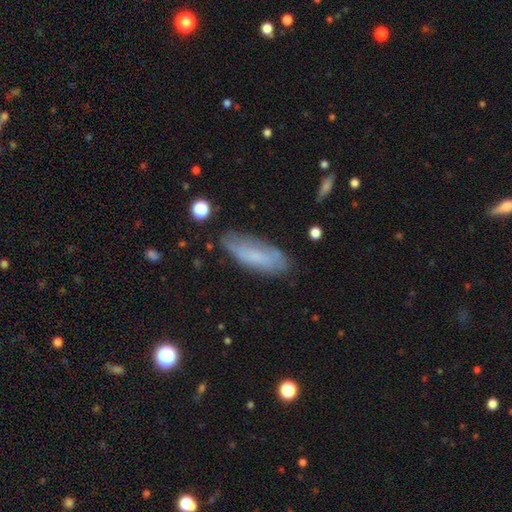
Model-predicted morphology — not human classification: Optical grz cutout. It shows a smooth galaxy with no disk features (64%) that is in between round and cigar-shaped (63%). Merging: none (72%).